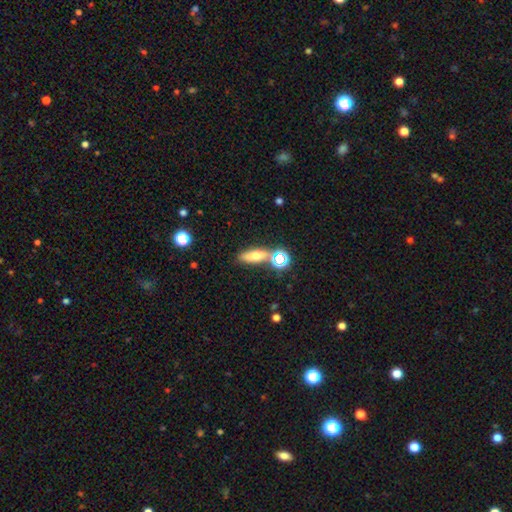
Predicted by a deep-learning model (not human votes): Smooth or featured: smooth — 58% (featured or disk — 25%)
How rounded: in between — 48% (cigar-shaped — 41%)
Merging: none — 70% (merger — 13%)